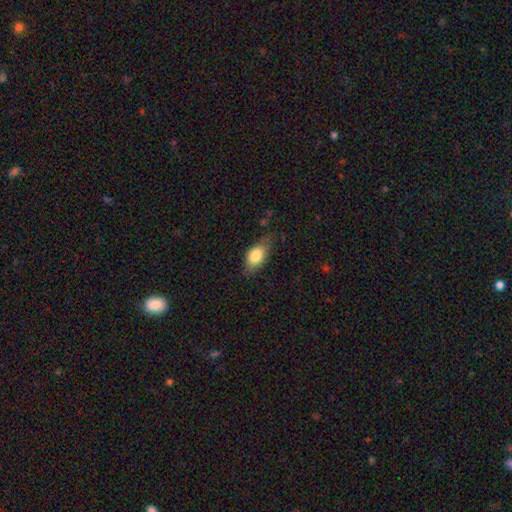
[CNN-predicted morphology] Overall: smooth (81%). How rounded: in between (88%). Merging: none (61%; minor disturbance 29%).